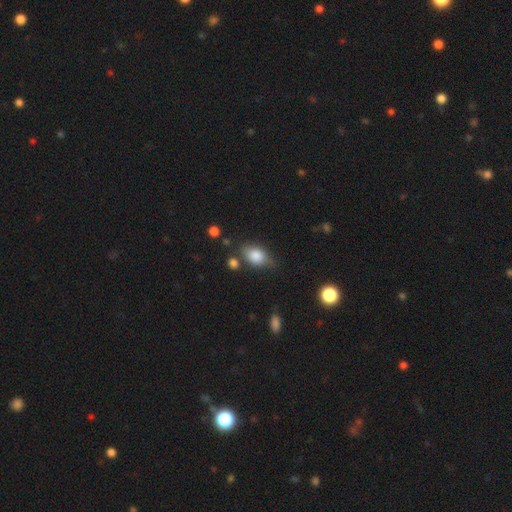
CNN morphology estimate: A smooth galaxy with no disk features (82%) that is in between round and cigar-shaped (82%). Merging: none (64%).